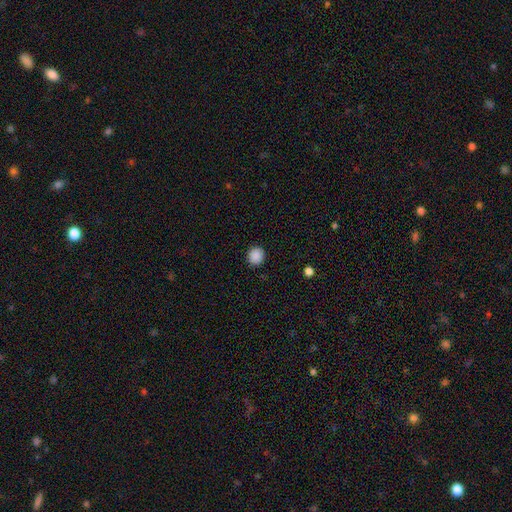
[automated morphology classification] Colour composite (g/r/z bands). It shows a smooth galaxy with no disk features (88%) that is round (87%). Merging: none (91%).